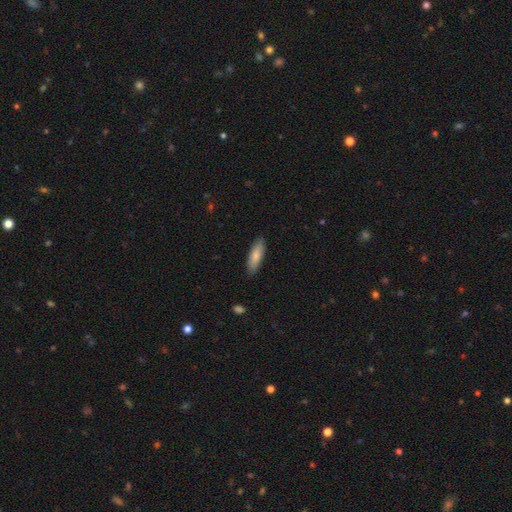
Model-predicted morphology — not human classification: Smooth or featured?
  - smooth: 81% *
  - featured or disk: 14%
  - star or artifact: 6%
How rounded?
  - cigar-shaped: 51% *
  - in between: 48%
  - round: 2%
Merging?
  - none: 88% *
  - minor disturbance: 9%
  - major disturbance: 2%
  - merger: 1%